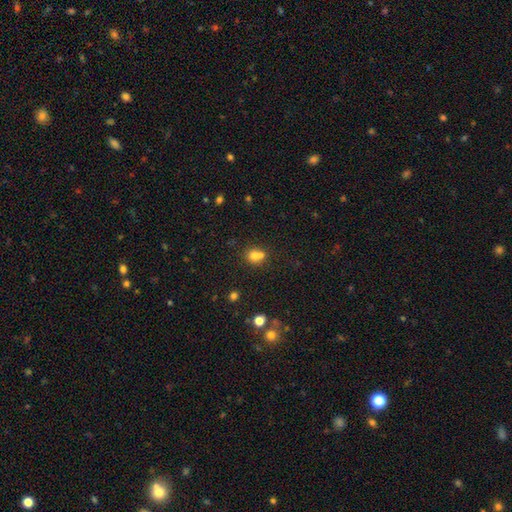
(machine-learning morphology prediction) Smooth or featured? smooth (70%)
How rounded? round (76%)
Merging? merger (55%)